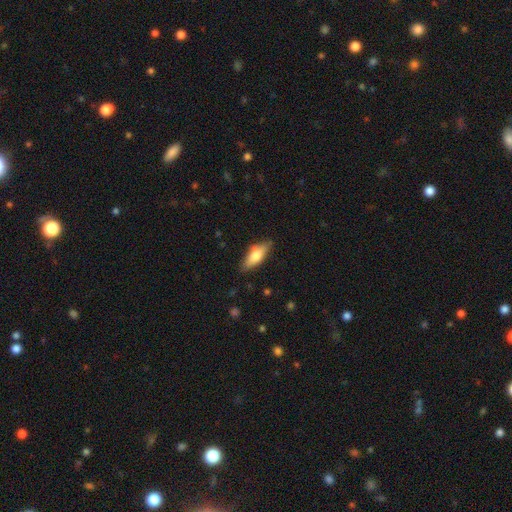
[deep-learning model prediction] A smooth galaxy with no disk features (67%) that is in between round and cigar-shaped (66%). Merging: none (79%).